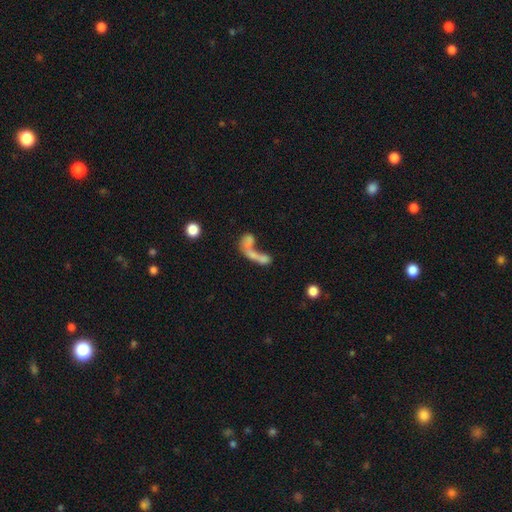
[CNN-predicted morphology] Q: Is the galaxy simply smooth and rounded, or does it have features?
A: smooth — 54%.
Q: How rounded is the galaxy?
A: in between — 50%.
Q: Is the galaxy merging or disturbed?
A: merger — 57%.